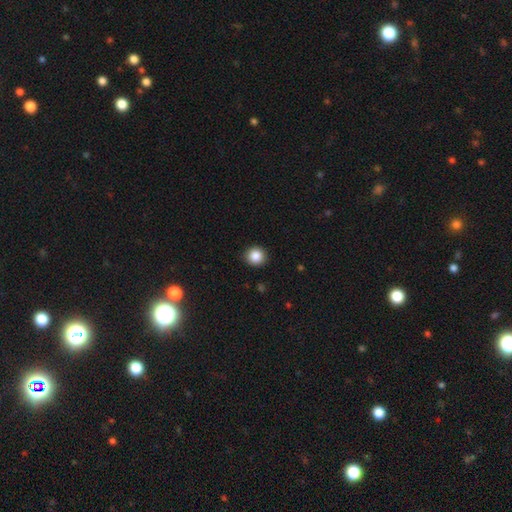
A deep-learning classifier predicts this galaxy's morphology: The model was most divided on "smooth or featured": smooth: 87%, star or artifact: 10%, featured or disk: 4%. More confident: how rounded — round (92%); merging — none (91%).